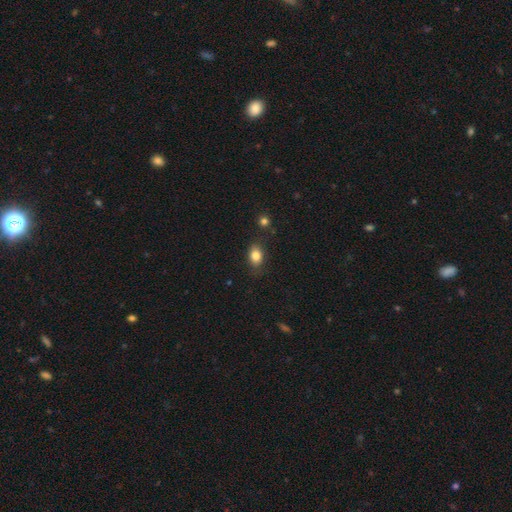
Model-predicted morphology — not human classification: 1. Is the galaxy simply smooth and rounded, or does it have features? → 83% smooth, 10% star or artifact, 8% featured or disk.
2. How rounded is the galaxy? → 72% in between, 26% round, 2% cigar-shaped.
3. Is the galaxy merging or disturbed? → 78% none, 15% minor disturbance, 3% major disturbance, 3% merger.